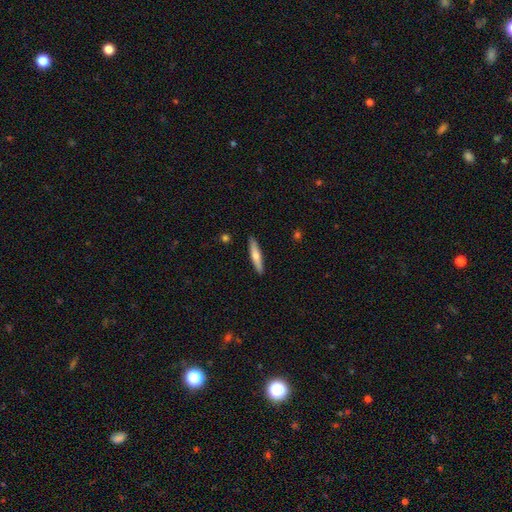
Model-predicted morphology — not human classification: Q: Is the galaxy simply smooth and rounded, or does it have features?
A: smooth — 60%.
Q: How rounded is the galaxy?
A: cigar-shaped — 85%.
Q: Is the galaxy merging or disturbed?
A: none — 90%.